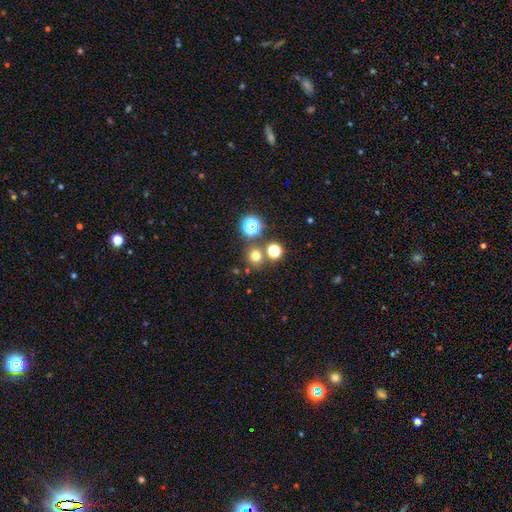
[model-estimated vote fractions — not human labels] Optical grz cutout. It shows a smooth galaxy with no disk features (68%) that is round (89%). Merging: none (77%).